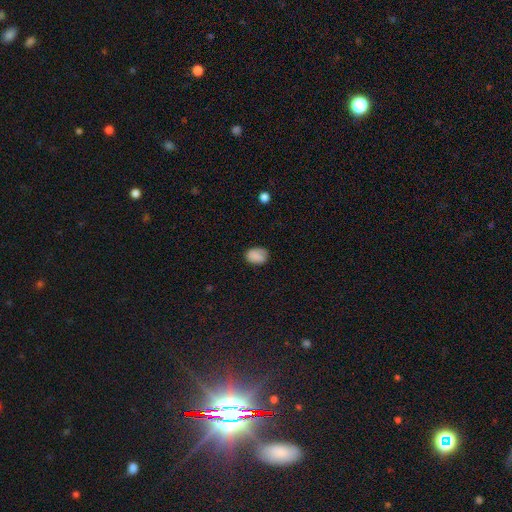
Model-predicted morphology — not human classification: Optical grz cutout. It shows a smooth galaxy with no disk features (84%) that is in between round and cigar-shaped (75%). Merging: none (75%).